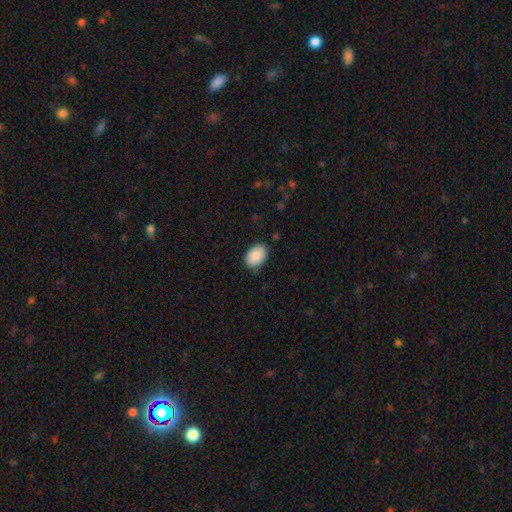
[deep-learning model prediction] Q: Smooth or featured?
A: smooth (90%); runner-up: star or artifact (6%)
Q: How rounded?
A: in between (87%); runner-up: round (12%)
Q: Merging?
A: none (83%); runner-up: minor disturbance (13%)